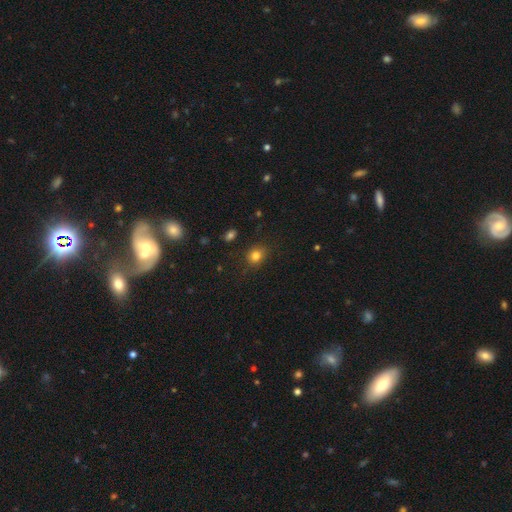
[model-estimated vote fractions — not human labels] Smooth or featured? Predicted: smooth (p=0.80). How rounded? Predicted: round (p=0.68). Merging? Predicted: none (p=0.80).